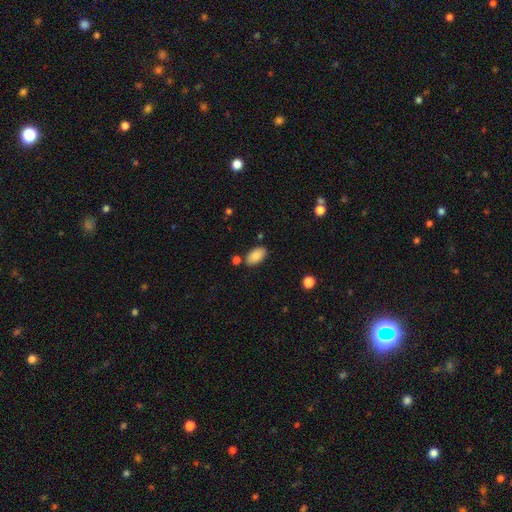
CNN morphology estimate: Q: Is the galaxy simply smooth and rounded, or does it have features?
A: smooth — 86%.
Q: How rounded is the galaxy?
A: in between — 94%.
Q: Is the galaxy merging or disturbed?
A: none — 80%.